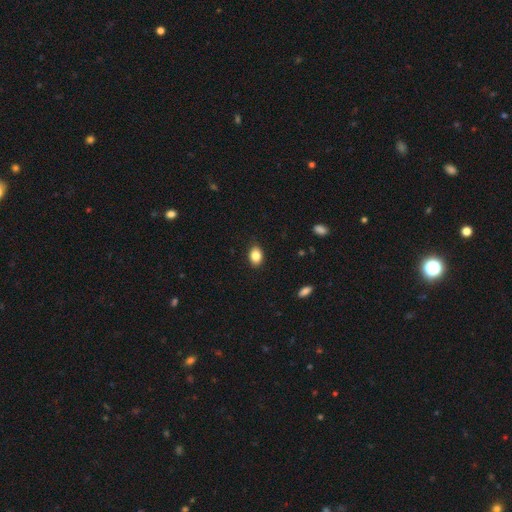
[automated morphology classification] This appears to be a smooth galaxy with no disk features (85%) that is in between round and cigar-shaped (77%). Merging: none (87%).